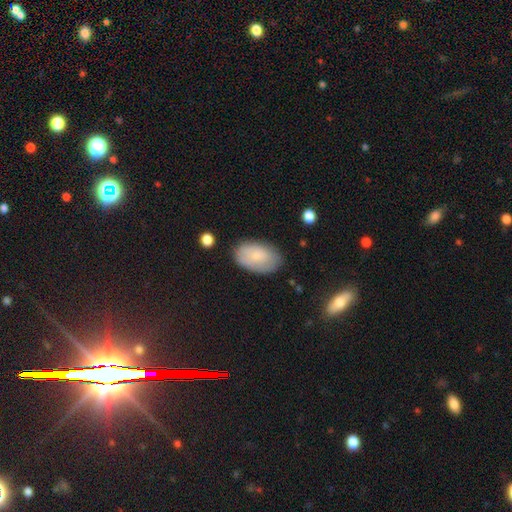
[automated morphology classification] smooth 77%, featured or disk 16%, star or artifact 7%. Down the decision tree: how rounded — in between (93%); merging — none (76%).